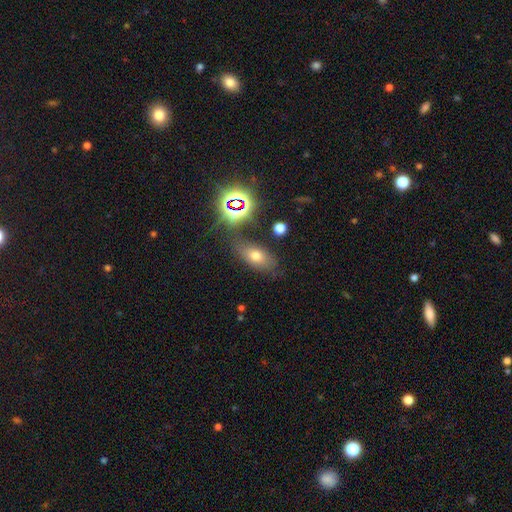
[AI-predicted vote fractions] A smooth galaxy with no disk features (62%) that is in between round and cigar-shaped (83%).

Vote fractions:
- Smooth or featured? smooth: 62% / star or artifact: 22% / featured or disk: 16%
- How rounded? in between: 83% / round: 12% / cigar-shaped: 5%
- Merging? none: 72% / minor disturbance: 16% / major disturbance: 7% / merger: 5%